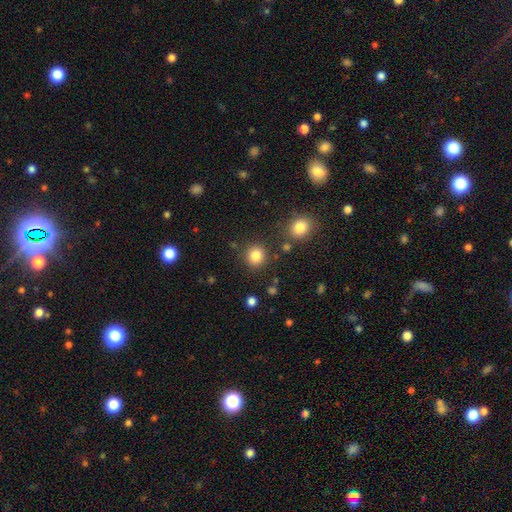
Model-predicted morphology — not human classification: smooth 84%, star or artifact 11%, featured or disk 5%. Down the decision tree: how rounded — round (87%); merging — none (85%).